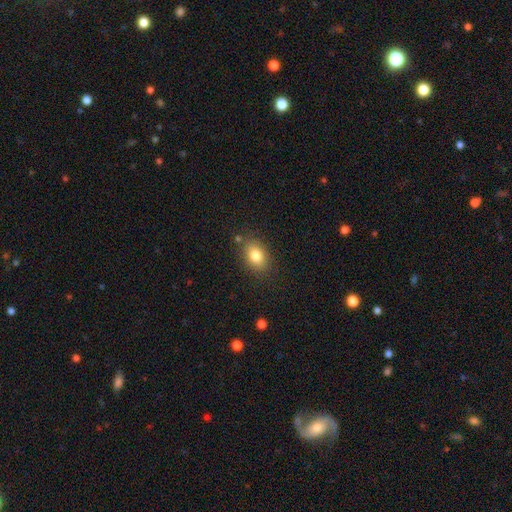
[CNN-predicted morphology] Q: Smooth or featured?
A: smooth (81%); runner-up: star or artifact (9%)
Q: How rounded?
A: in between (78%); runner-up: round (21%)
Q: Merging?
A: none (81%); runner-up: minor disturbance (12%)